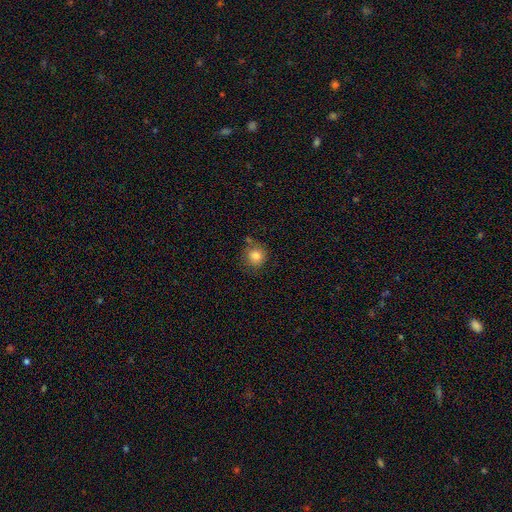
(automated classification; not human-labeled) Smooth or featured?
  - smooth: 83% *
  - star or artifact: 10%
  - featured or disk: 7%
How rounded?
  - round: 86% *
  - in between: 13%
  - cigar-shaped: 1%
Merging?
  - none: 69% *
  - minor disturbance: 18%
  - merger: 7%
  - major disturbance: 5%